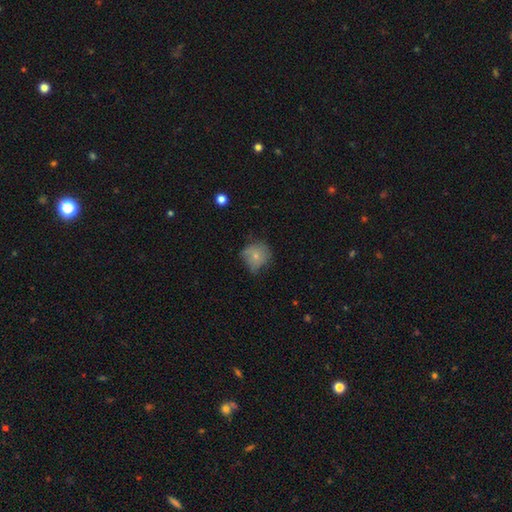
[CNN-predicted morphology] This is likely a smooth galaxy (66%). How rounded: likely round (77%). Merging: marginally none (45%).